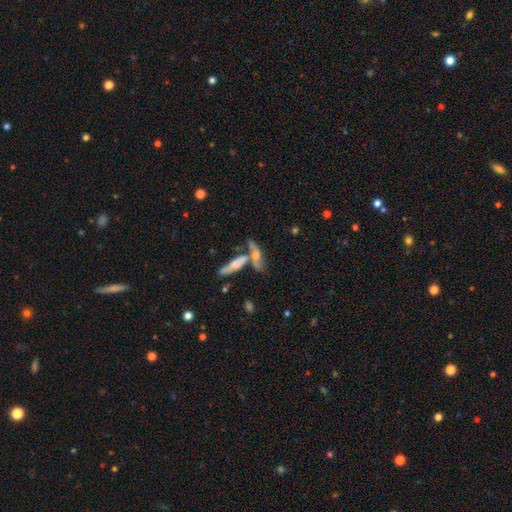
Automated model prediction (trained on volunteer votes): smooth-or-featured: featured or disk: 46% | smooth: 43% | star or artifact: 11%
  merging: merger: 47% | none: 35% | minor disturbance: 11% | major disturbance: 7%